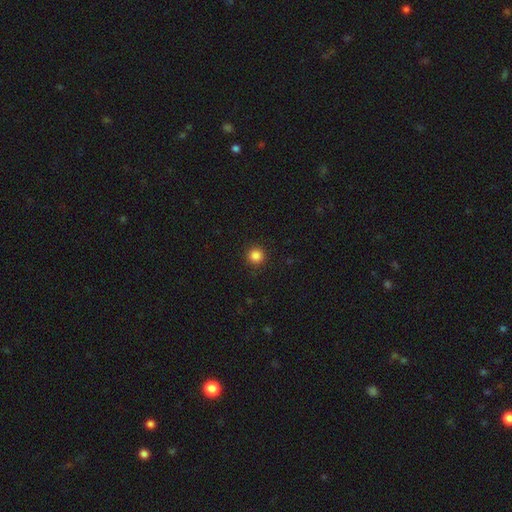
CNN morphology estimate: smooth_or_featured: smooth (p=0.86) [alt: star or artifact p=0.11]
how_rounded: round (p=0.95) [alt: in between p=0.04]
merging: none (p=0.92) [alt: minor disturbance p=0.05]